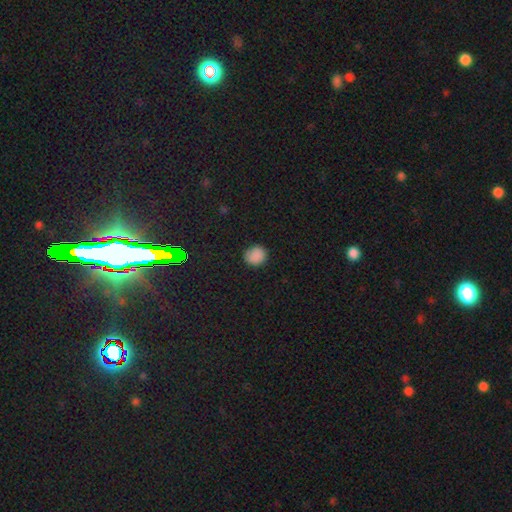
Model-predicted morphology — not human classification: Smooth or featured: smooth — 86% (star or artifact — 11%)
How rounded: round — 79% (in between — 20%)
Merging: none — 84% (minor disturbance — 12%)